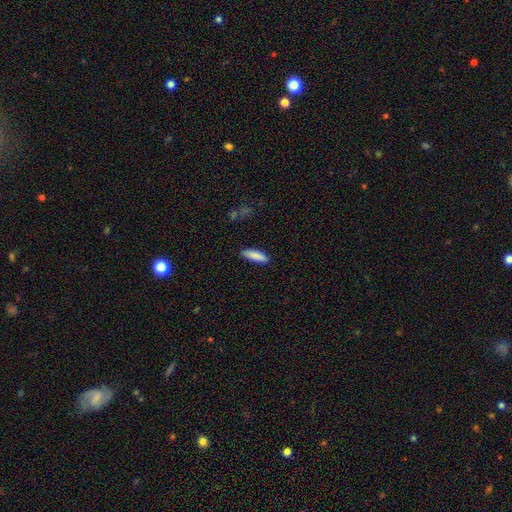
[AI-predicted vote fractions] A smooth galaxy with no disk features (86%) that is cigar-shaped (69%). Merging: none (88%).